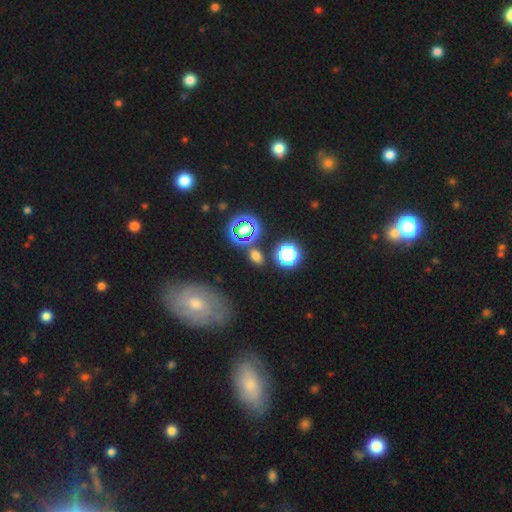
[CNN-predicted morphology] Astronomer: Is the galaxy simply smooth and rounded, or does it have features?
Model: smooth — 57% (runner-up: star or artifact, 33%).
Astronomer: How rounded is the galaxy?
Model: in between — 54% (runner-up: round, 41%).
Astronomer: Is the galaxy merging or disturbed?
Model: none — 79%.